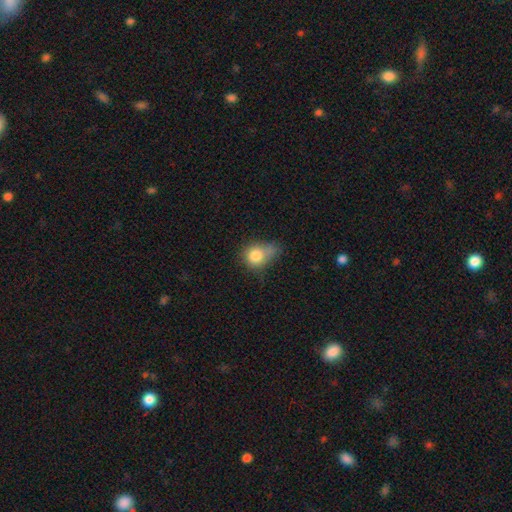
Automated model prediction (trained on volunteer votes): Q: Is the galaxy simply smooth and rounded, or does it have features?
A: smooth — 79%.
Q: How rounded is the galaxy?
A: round — 62%.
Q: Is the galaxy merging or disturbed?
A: minor disturbance — 32%.